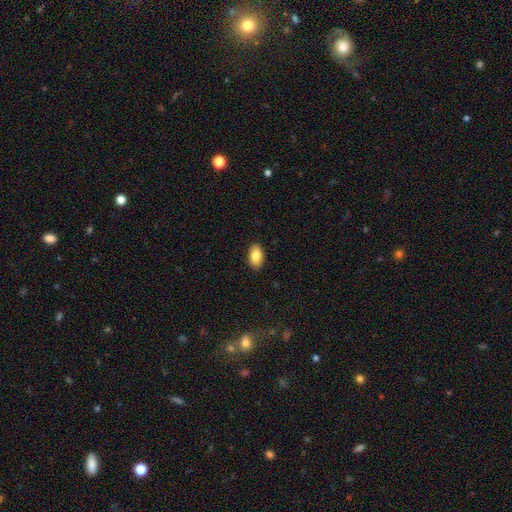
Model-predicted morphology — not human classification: smooth-or-featured: smooth: 85% | featured or disk: 7% | star or artifact: 7%
  how-rounded: in between: 92% | round: 6% | cigar-shaped: 2%
  merging: none: 89% | minor disturbance: 8% | major disturbance: 2% | merger: 1%